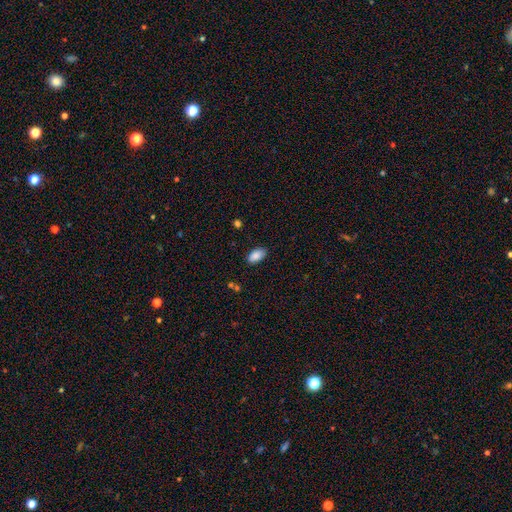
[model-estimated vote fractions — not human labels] smooth 88%, star or artifact 8%, featured or disk 4%. Down the decision tree: how rounded — in between (94%); merging — none (85%).